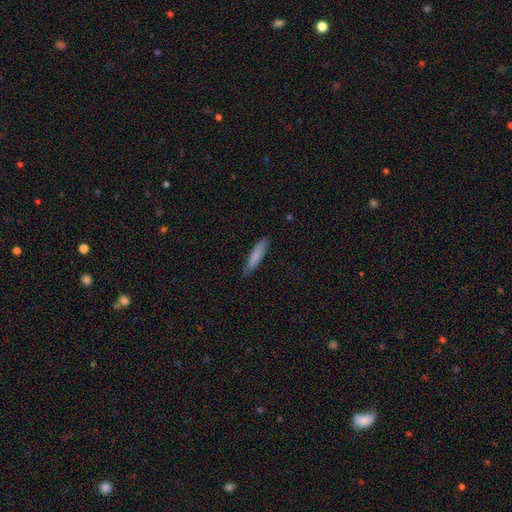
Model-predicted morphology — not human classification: This is clearly a smooth galaxy (80%). How rounded: likely cigar-shaped (79%). Merging: clearly none (82%).